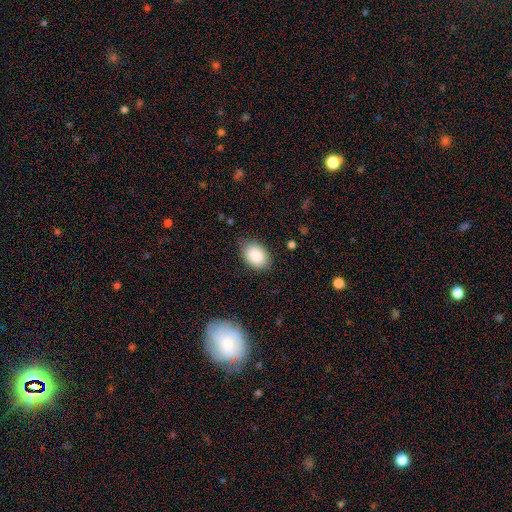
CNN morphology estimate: Q: Smooth or featured?
A: smooth (88%); runner-up: star or artifact (7%)
Q: How rounded?
A: in between (82%); runner-up: round (17%)
Q: Merging?
A: none (80%); runner-up: minor disturbance (15%)